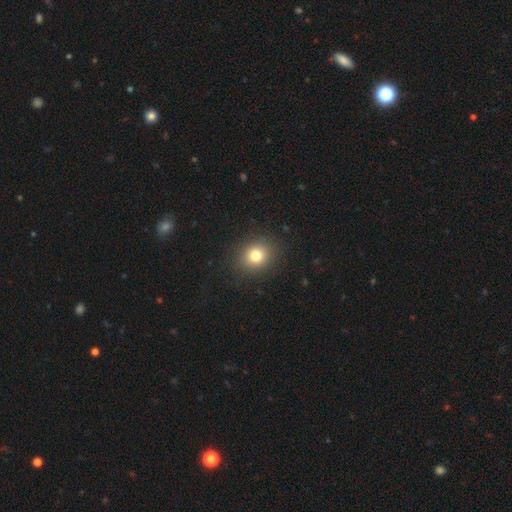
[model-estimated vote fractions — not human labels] smooth 79%, star or artifact 13%, featured or disk 8%. Down the decision tree: how rounded — round (72%); merging — none (89%).